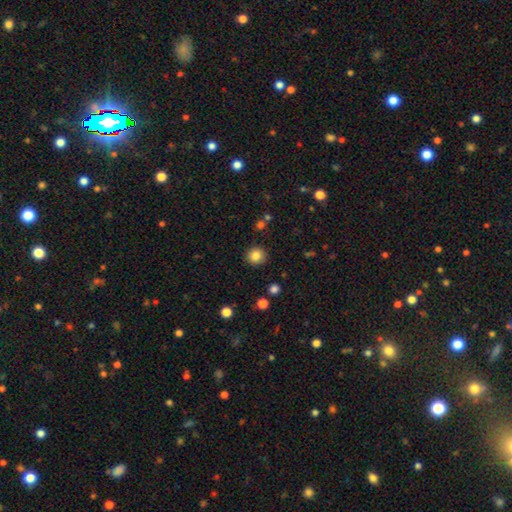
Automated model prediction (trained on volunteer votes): smooth-or-featured: smooth: 84% | star or artifact: 11% | featured or disk: 5%
  how-rounded: round: 92% | in between: 7% | cigar-shaped: 1%
  merging: none: 90% | minor disturbance: 6% | major disturbance: 2% | merger: 2%